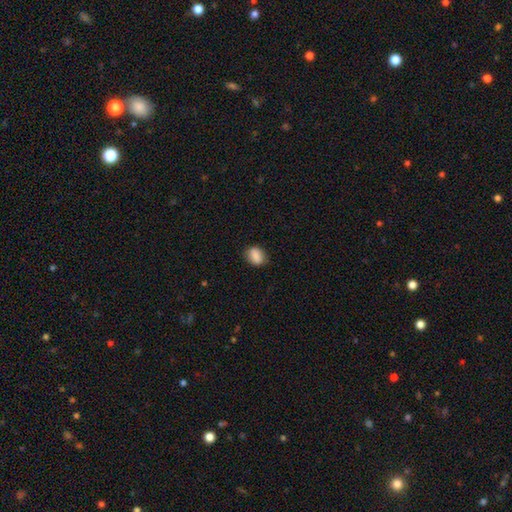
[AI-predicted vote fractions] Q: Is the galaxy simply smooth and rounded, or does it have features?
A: smooth — 87%.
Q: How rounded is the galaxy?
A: in between — 68%.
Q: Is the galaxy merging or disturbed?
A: none — 80%.